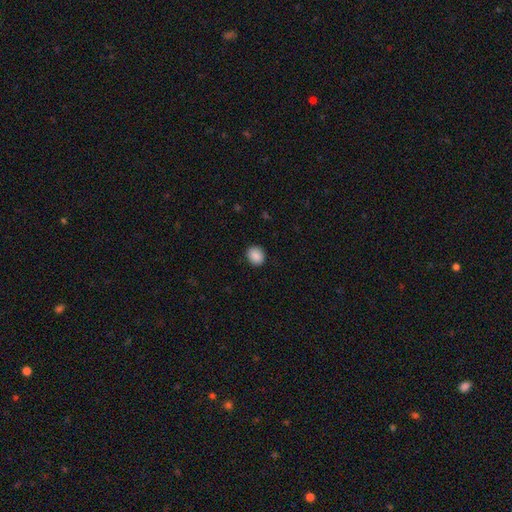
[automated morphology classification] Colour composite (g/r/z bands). It shows a smooth galaxy with no disk features (89%) that is round (69%). Merging: none (90%).